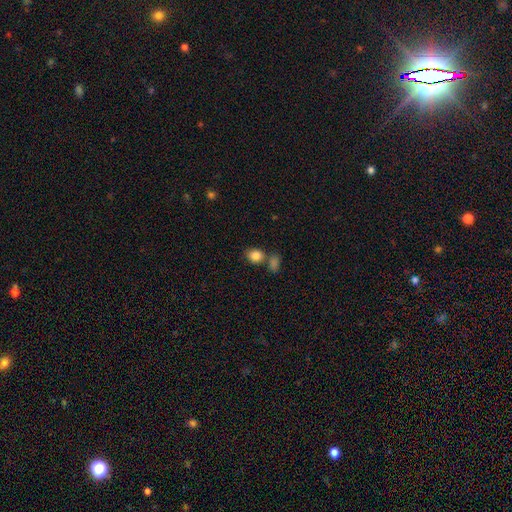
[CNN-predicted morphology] smooth 85%, star or artifact 9%, featured or disk 6%. Down the decision tree: how rounded — round (53%); merging — none (58%).